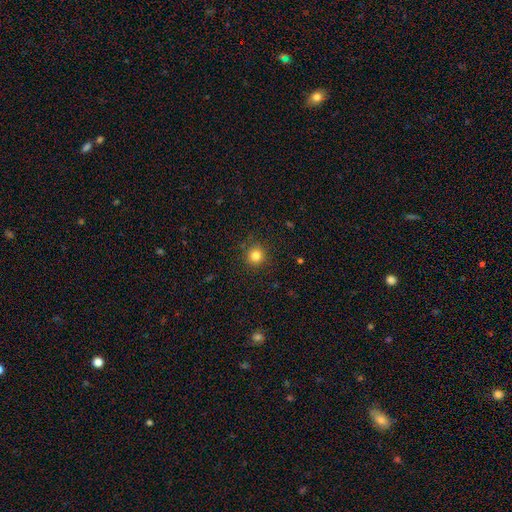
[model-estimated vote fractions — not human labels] Q: Smooth or featured?
A: smooth (83%); runner-up: star or artifact (12%)
Q: How rounded?
A: round (93%); runner-up: in between (6%)
Q: Merging?
A: none (89%); runner-up: minor disturbance (7%)